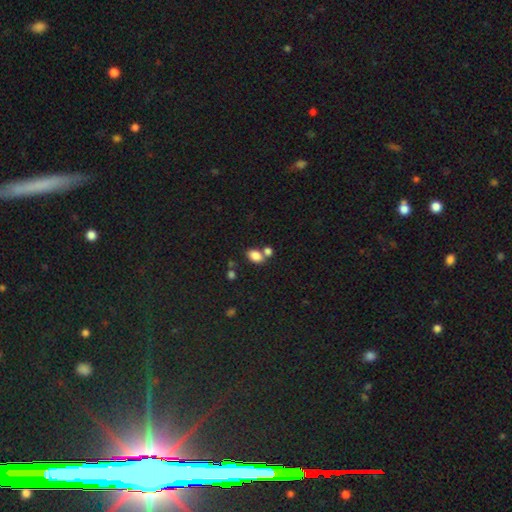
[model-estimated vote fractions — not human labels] The model was most divided on "merging": none: 52%, merger: 33%, minor disturbance: 11%, major disturbance: 4%. More confident: smooth or featured — smooth (83%); how rounded — in between (79%).